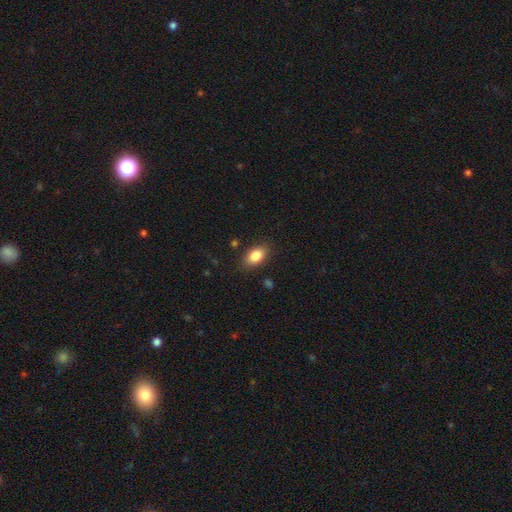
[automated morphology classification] smooth_or_featured: smooth (p=0.84) [alt: featured or disk p=0.08]
how_rounded: in between (p=0.87) [alt: round p=0.10]
merging: none (p=0.84) [alt: minor disturbance p=0.12]